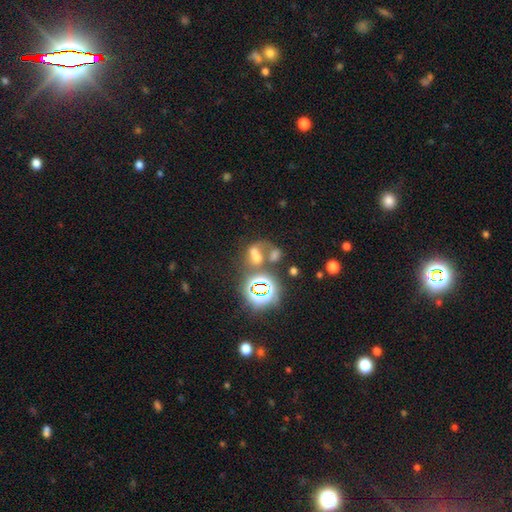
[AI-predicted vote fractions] Overall: smooth (42%; star or artifact 40%). Merging: merger (49%; none 28%).